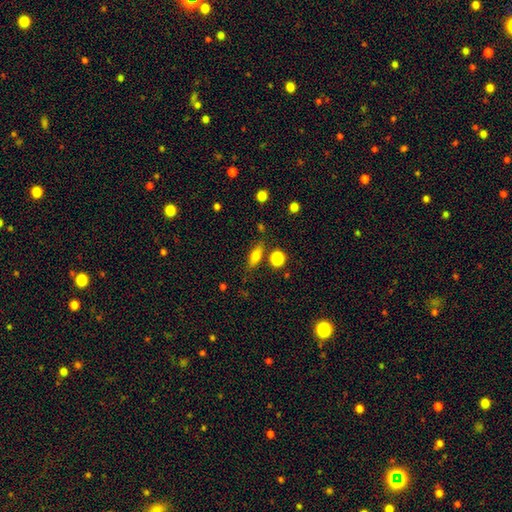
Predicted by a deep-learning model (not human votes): A smooth galaxy with no disk features (73%) that is in between round and cigar-shaped (68%).

Vote fractions:
- Smooth or featured? smooth: 73% / featured or disk: 18% / star or artifact: 9%
- How rounded? in between: 68% / cigar-shaped: 24% / round: 8%
- Merging? none: 74% / minor disturbance: 14% / merger: 8% / major disturbance: 4%